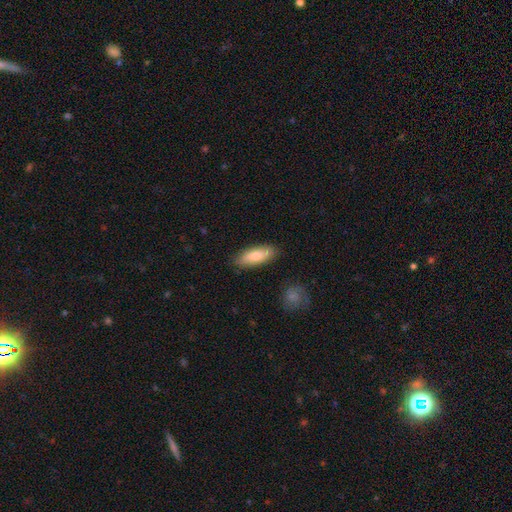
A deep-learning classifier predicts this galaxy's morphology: Smooth or featured? smooth (76%)
How rounded? in between (68%)
Merging? none (84%)